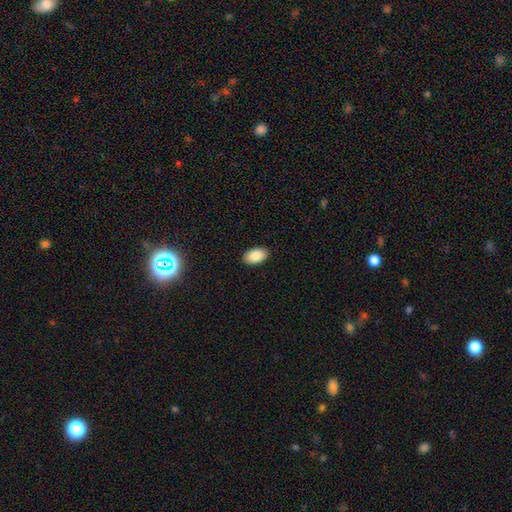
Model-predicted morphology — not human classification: This appears to be a smooth galaxy with no disk features (88%) that is in between round and cigar-shaped (95%). Merging: none (89%).